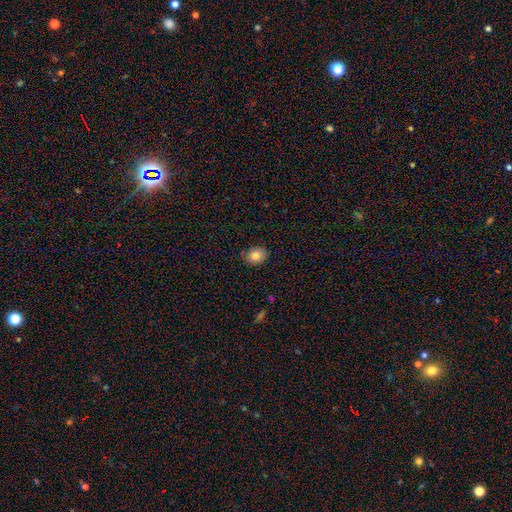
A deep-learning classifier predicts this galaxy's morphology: A smooth galaxy with no disk features (82%) that is in between round and cigar-shaped (53%).

Vote fractions:
- Smooth or featured? smooth: 82% / star or artifact: 9% / featured or disk: 9%
- How rounded? in between: 53% / round: 47% / cigar-shaped: 1%
- Merging? none: 85% / minor disturbance: 12% / major disturbance: 2% / merger: 1%